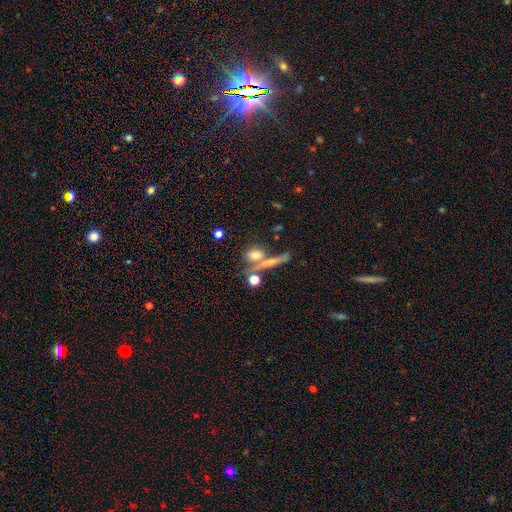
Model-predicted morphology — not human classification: This appears to be a smooth galaxy with no disk features (64%) that is round (43%). Merging: none (51%).